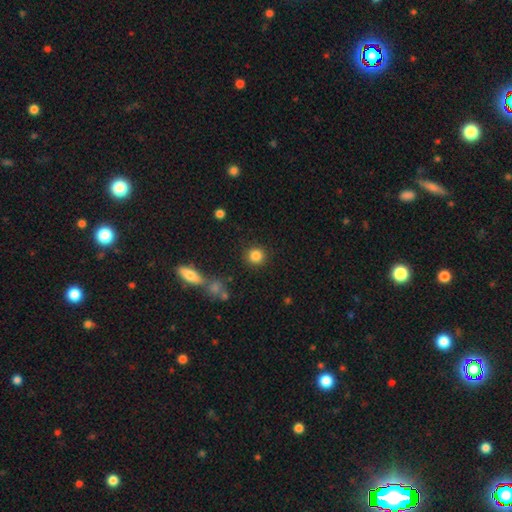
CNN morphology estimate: A smooth galaxy with no disk features (85%) that is round (92%).

Vote fractions:
- Smooth or featured? smooth: 85% / star or artifact: 10% / featured or disk: 5%
- How rounded? round: 92% / in between: 7% / cigar-shaped: 1%
- Merging? none: 88% / minor disturbance: 6% / merger: 3% / major disturbance: 3%